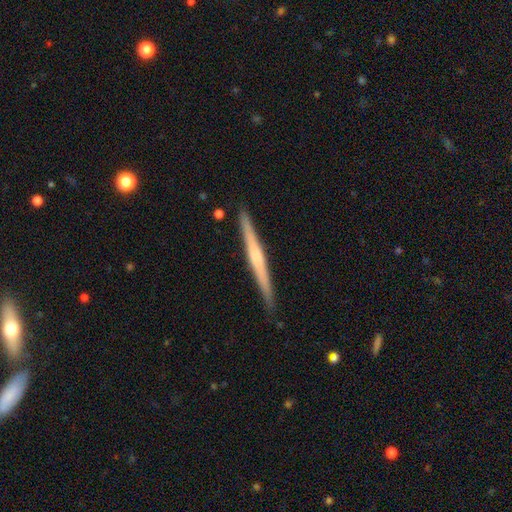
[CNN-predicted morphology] Smooth or featured?
  - featured or disk: 62% *
  - smooth: 33%
  - star or artifact: 5%
Edge-on disk?
  - yes: 98% *
  - no: 2%
Edge-on bulge?
  - none: 44% *
  - rounded: 42%
  - boxy: 14%
Merging?
  - none: 91% *
  - minor disturbance: 7%
  - major disturbance: 1%
  - merger: 1%